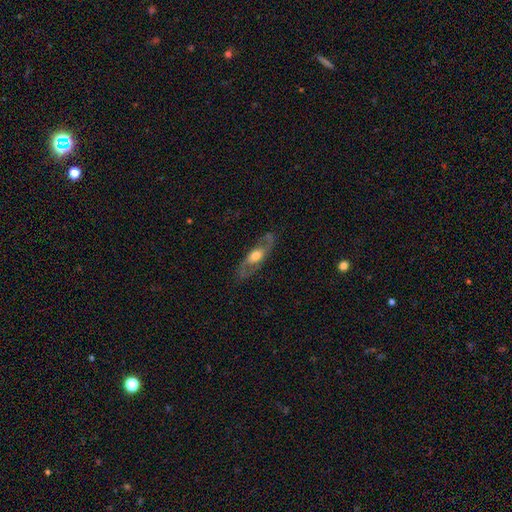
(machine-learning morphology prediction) type=featured or disk (68%); edge-on=no (75%); bar=no (62%); spiral arms=yes (71%); bulge=moderate (60%); merging=none (77%).